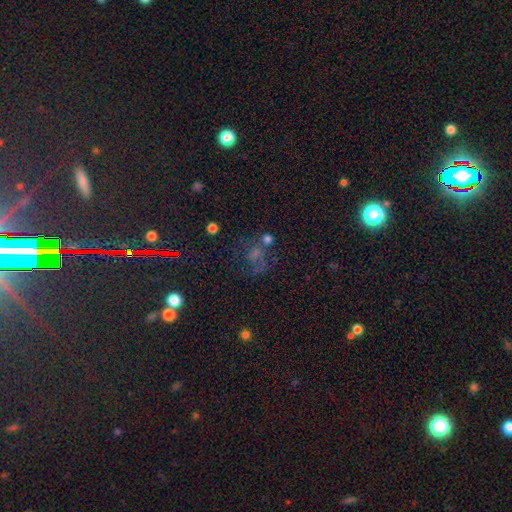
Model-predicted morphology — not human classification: This is marginally a star or artifact rather than a galaxy (39%).